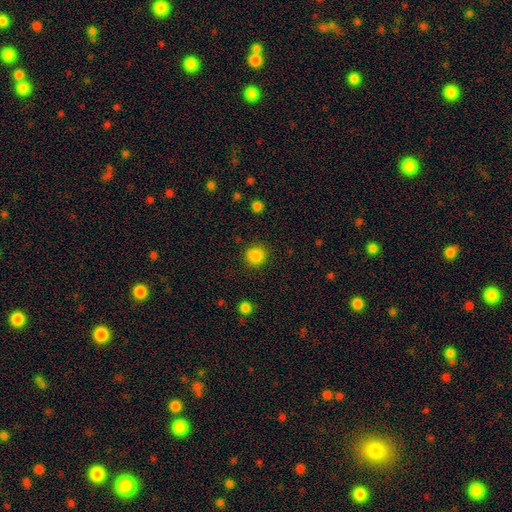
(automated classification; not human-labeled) This is clearly a smooth galaxy (86%). How rounded: clearly round (89%). Merging: clearly none (87%).